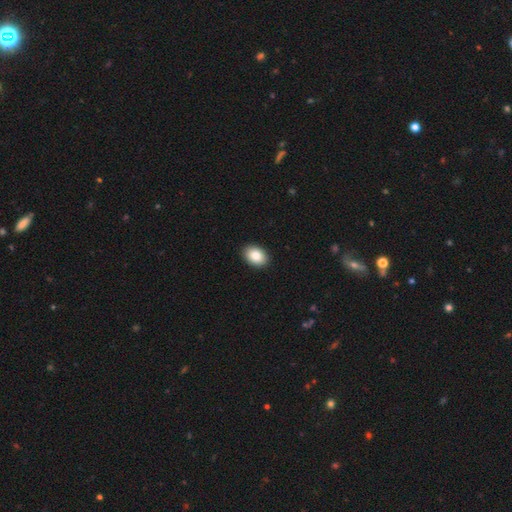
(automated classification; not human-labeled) A smooth galaxy with no disk features (87%) that is in between round and cigar-shaped (81%). Merging: none (91%).